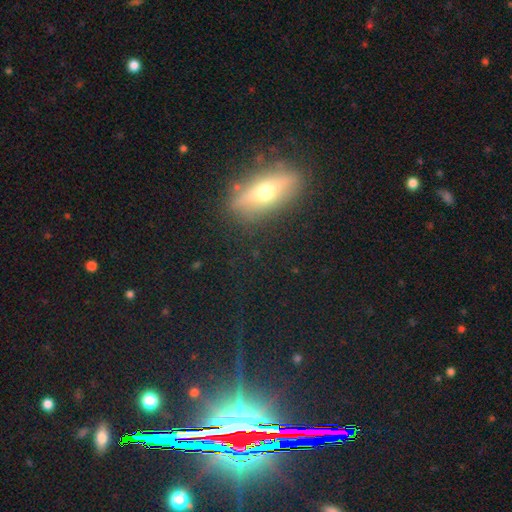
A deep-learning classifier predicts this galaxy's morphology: type=smooth (38%); merging=none (84%).